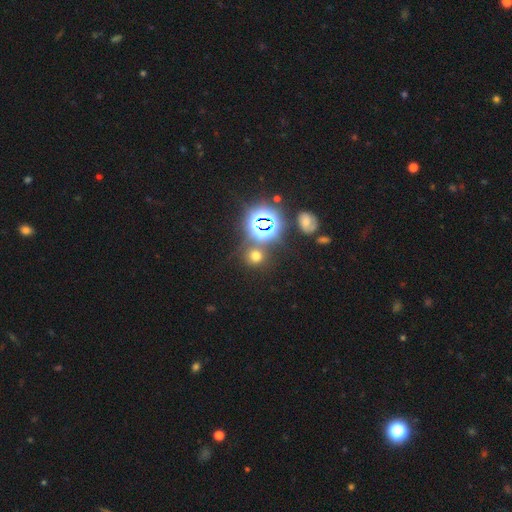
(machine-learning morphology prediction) smooth_or_featured: smooth (p=0.56) [alt: star or artifact p=0.36]
how_rounded: round (p=0.86) [alt: in between p=0.13]
merging: none (p=0.77) [alt: merger p=0.10]